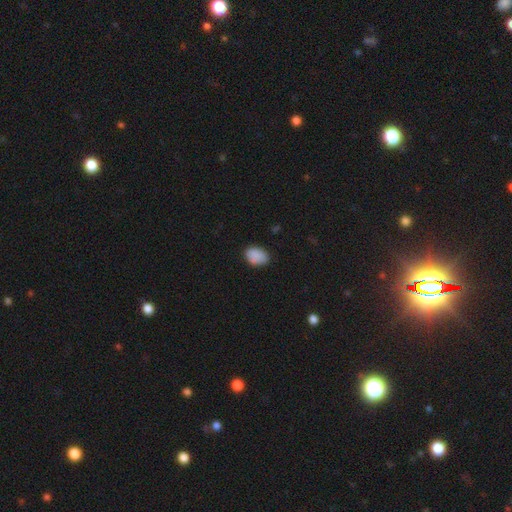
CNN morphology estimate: A smooth galaxy with no disk features (88%) that is in between round and cigar-shaped (78%).

Vote fractions:
- Smooth or featured? smooth: 88% / star or artifact: 8% / featured or disk: 4%
- How rounded? in between: 78% / round: 21% / cigar-shaped: 1%
- Merging? none: 78% / minor disturbance: 18% / major disturbance: 3% / merger: 1%